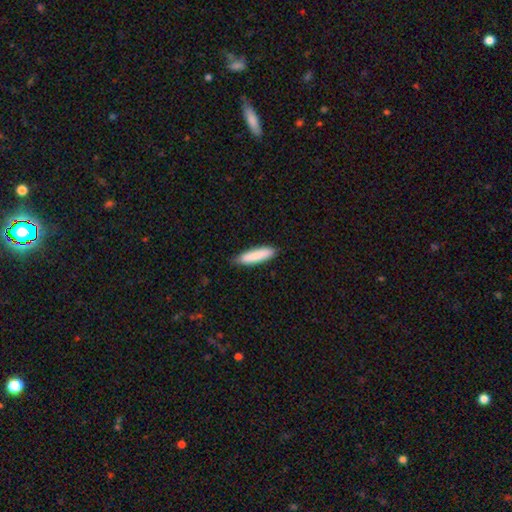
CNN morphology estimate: smooth-or-featured: smooth: 86% | featured or disk: 8% | star or artifact: 6%
  how-rounded: cigar-shaped: 72% | in between: 27% | round: 1%
  merging: none: 83% | minor disturbance: 14% | major disturbance: 2% | merger: 1%